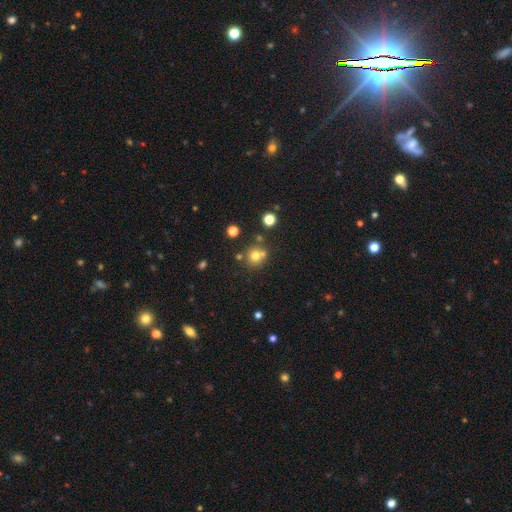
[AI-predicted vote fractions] A smooth galaxy with no disk features (71%) that is round (88%).

Vote fractions:
- Smooth or featured? smooth: 71% / star or artifact: 17% / featured or disk: 12%
- How rounded? round: 88% / in between: 11% / cigar-shaped: 1%
- Merging? none: 64% / merger: 23% / minor disturbance: 10% / major disturbance: 4%